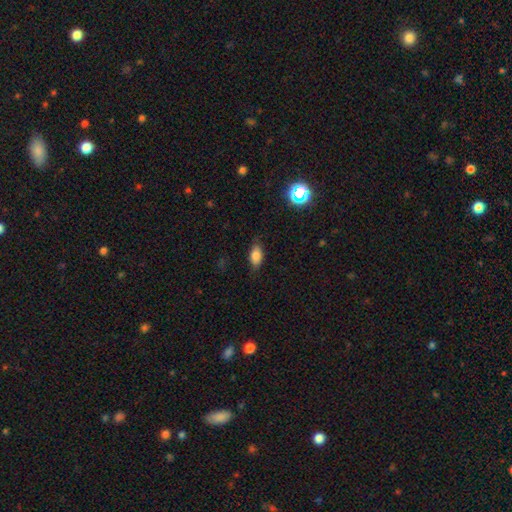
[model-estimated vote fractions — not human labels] smooth-or-featured: smooth: 80% | star or artifact: 10% | featured or disk: 10%
  how-rounded: in between: 87% | cigar-shaped: 7% | round: 6%
  merging: none: 76% | minor disturbance: 18% | major disturbance: 4% | merger: 1%